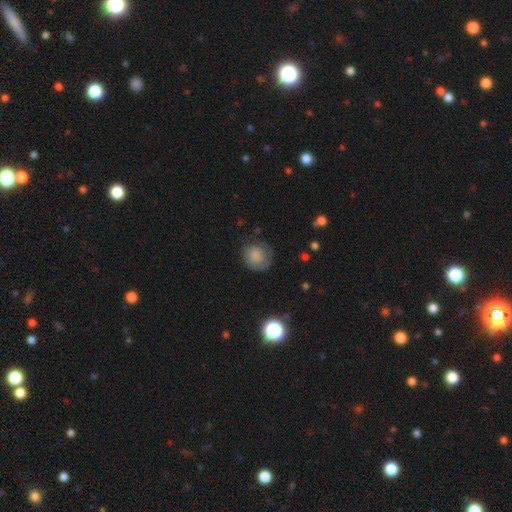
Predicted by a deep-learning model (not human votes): smooth-or-featured: smooth: 75% | featured or disk: 16% | star or artifact: 9%
  how-rounded: round: 83% | in between: 16% | cigar-shaped: 1%
  merging: none: 59% | minor disturbance: 26% | major disturbance: 14% | merger: 2%